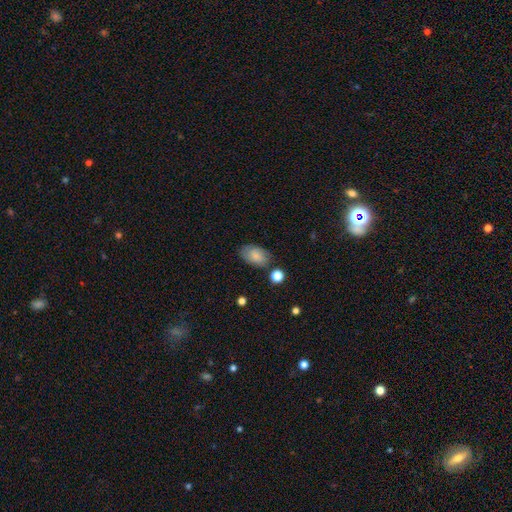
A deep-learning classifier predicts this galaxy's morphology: A smooth galaxy with no disk features (74%) that is in between round and cigar-shaped (90%). Merging: none (73%).